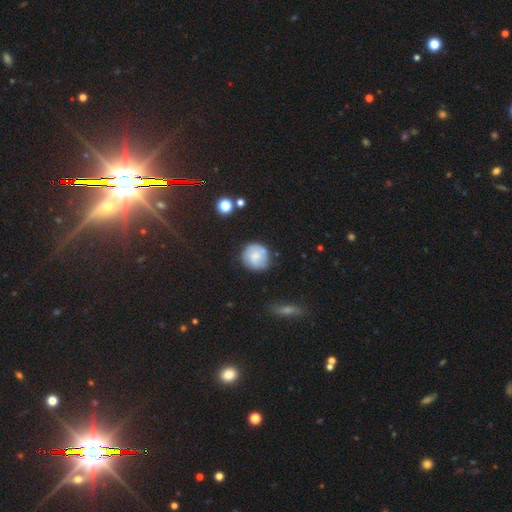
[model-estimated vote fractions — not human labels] Smooth or featured? Predicted: smooth (p=0.64). How rounded? Predicted: round (p=0.90). Merging? Predicted: none (p=0.73).